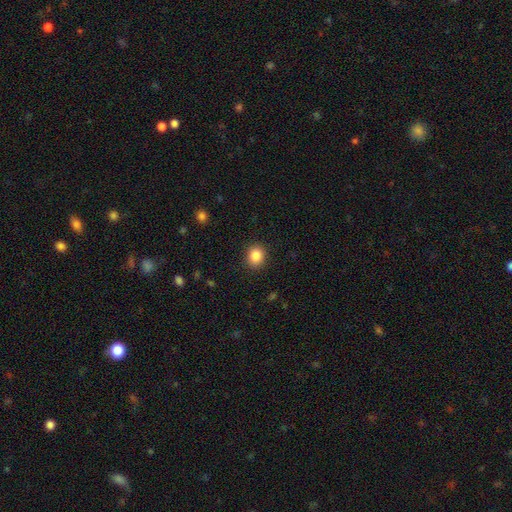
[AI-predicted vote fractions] smooth_or_featured: smooth (p=0.86) [alt: star or artifact p=0.10]
how_rounded: round (p=0.72) [alt: in between p=0.27]
merging: none (p=0.89) [alt: minor disturbance p=0.08]